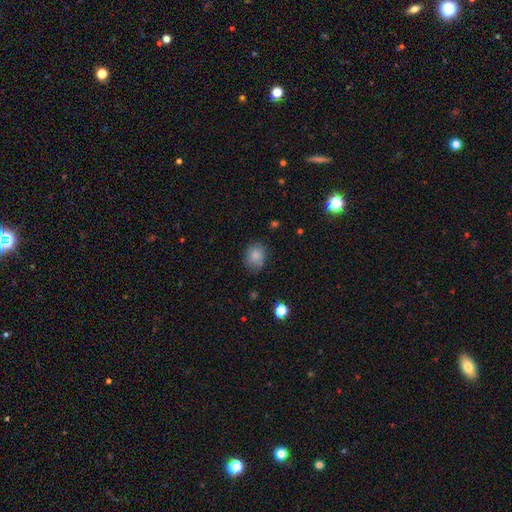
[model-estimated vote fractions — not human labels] This is clearly a smooth galaxy (85%). How rounded: likely round (61%). Merging: likely none (78%).